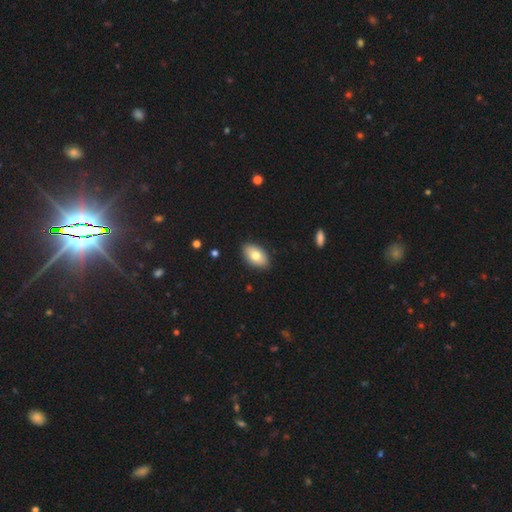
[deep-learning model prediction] Morphology: type=smooth (76%); roundness=in between (92%); merging=none (88%).